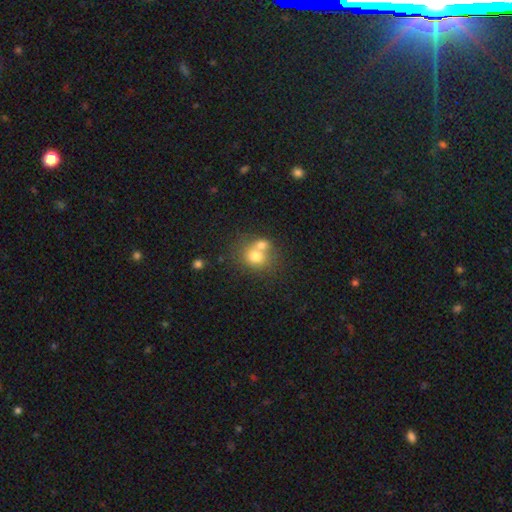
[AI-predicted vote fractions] Overall: smooth (71%). How rounded: round (72%). Merging: merger (53%; none 35%).